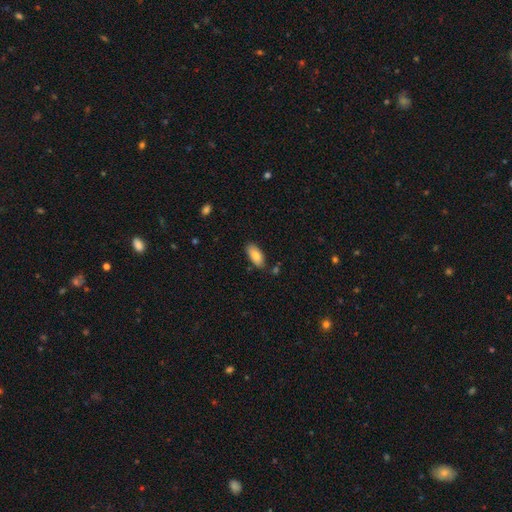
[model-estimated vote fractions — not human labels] Smooth or featured? smooth (83%)
How rounded? in between (90%)
Merging? none (81%)